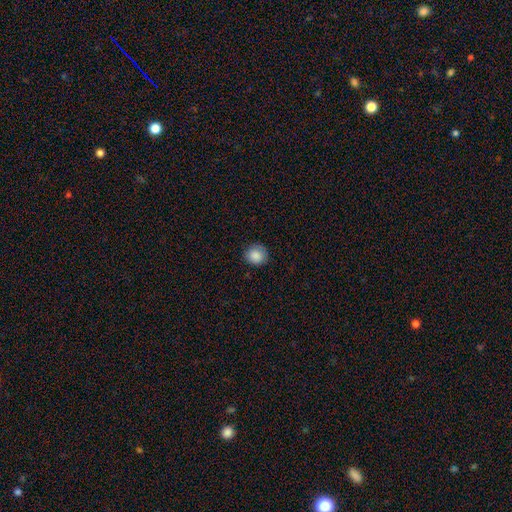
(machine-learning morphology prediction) Smooth or featured? smooth (86%)
How rounded? round (86%)
Merging? none (83%)